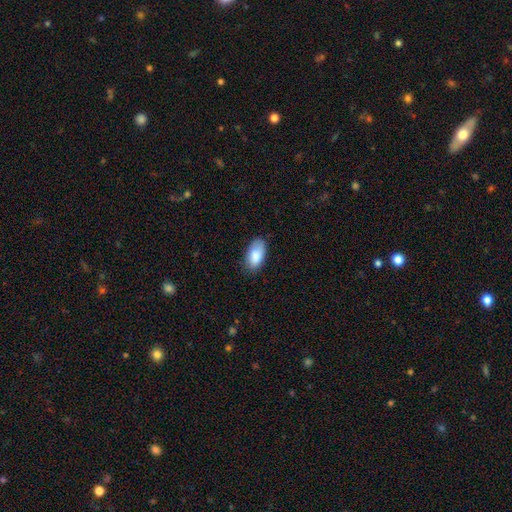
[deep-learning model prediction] Smooth or featured? Predicted: smooth (p=0.87). How rounded? Predicted: in between (p=0.95). Merging? Predicted: none (p=0.75).